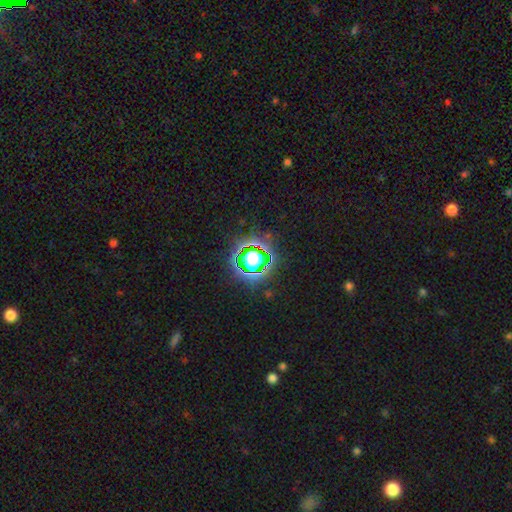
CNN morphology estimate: Overall: star or artifact (79%).